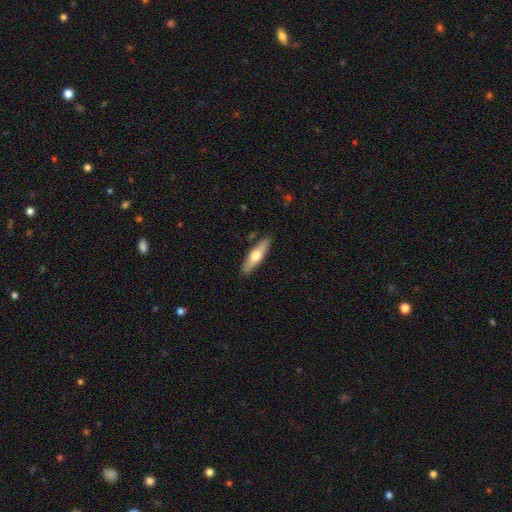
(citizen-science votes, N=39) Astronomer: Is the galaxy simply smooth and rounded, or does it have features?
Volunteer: smooth — 59%.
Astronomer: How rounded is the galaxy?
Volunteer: cigar-shaped — 61%.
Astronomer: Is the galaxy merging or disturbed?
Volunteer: none — 86%.